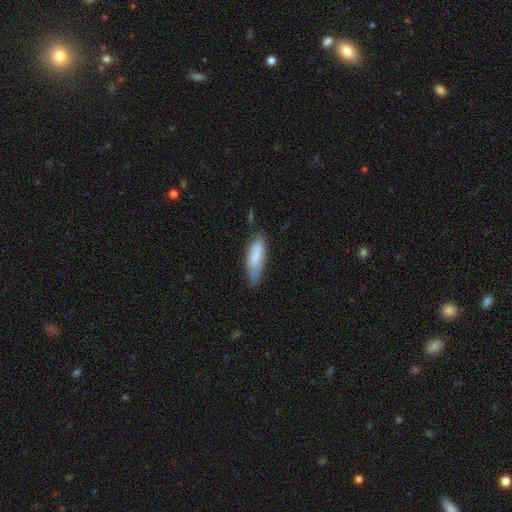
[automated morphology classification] smooth-or-featured: smooth: 81% | featured or disk: 13% | star or artifact: 6%
  how-rounded: cigar-shaped: 50% | in between: 49% | round: 1%
  merging: none: 64% | minor disturbance: 27% | major disturbance: 6% | merger: 3%